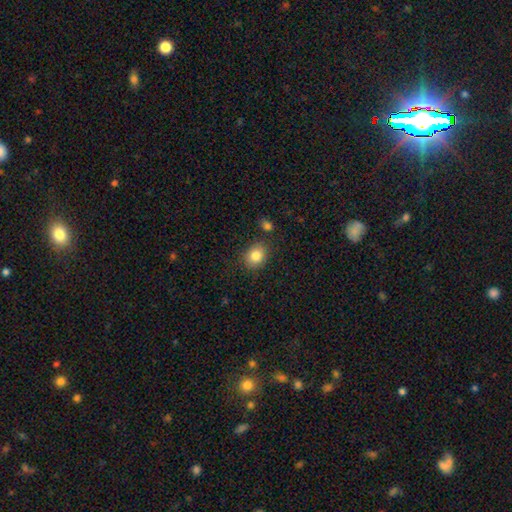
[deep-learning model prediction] A smooth galaxy with no disk features (84%) that is round (60%). Merging: none (82%).